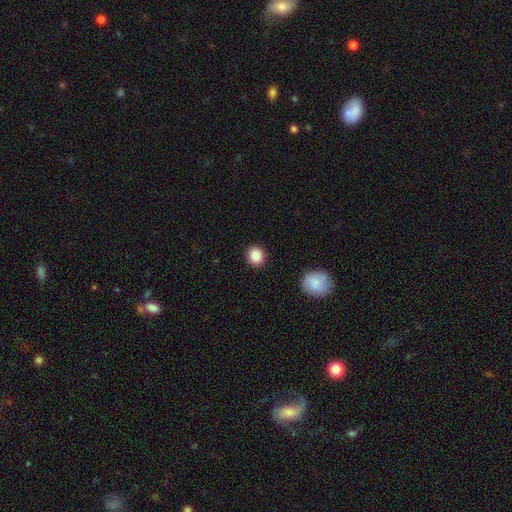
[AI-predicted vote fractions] Q: Smooth or featured?
A: smooth (87%); runner-up: star or artifact (9%)
Q: How rounded?
A: round (88%); runner-up: in between (11%)
Q: Merging?
A: none (92%); runner-up: minor disturbance (5%)